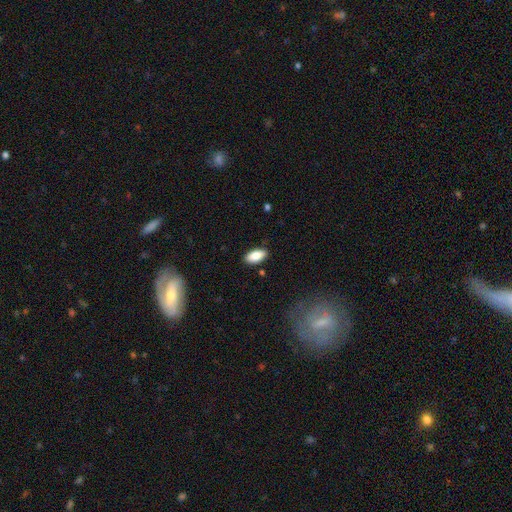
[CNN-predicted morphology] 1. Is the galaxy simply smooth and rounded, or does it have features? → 86% smooth, 7% featured or disk, 7% star or artifact.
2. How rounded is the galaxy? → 90% in between, 8% cigar-shaped, 2% round.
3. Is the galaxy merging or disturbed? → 86% none, 11% minor disturbance, 2% major disturbance, 1% merger.